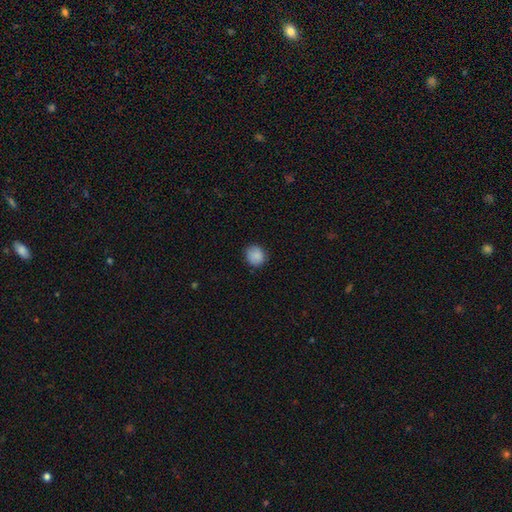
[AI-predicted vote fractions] smooth 88%, star or artifact 9%, featured or disk 3%. Down the decision tree: how rounded — round (84%); merging — none (85%).